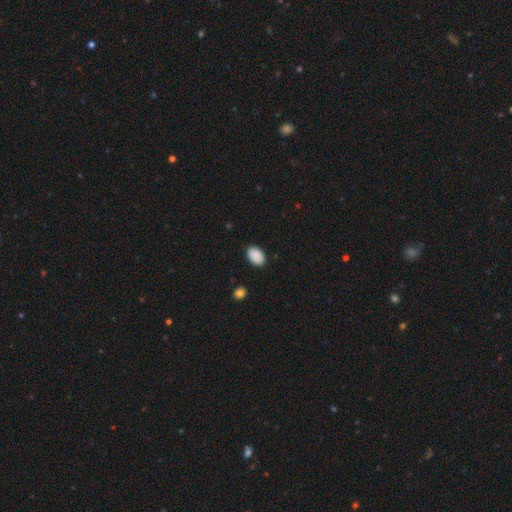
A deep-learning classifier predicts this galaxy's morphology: Q: Smooth or featured?
A: smooth (90%); runner-up: star or artifact (7%)
Q: How rounded?
A: in between (88%); runner-up: round (11%)
Q: Merging?
A: none (88%); runner-up: minor disturbance (9%)